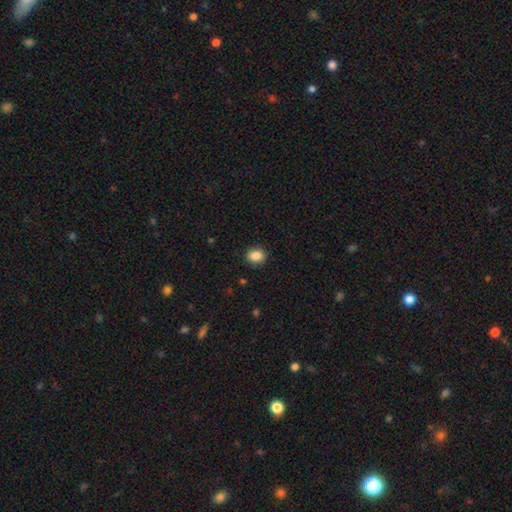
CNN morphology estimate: This is clearly a smooth galaxy (87%). How rounded: possibly round (55%). Merging: clearly none (90%).